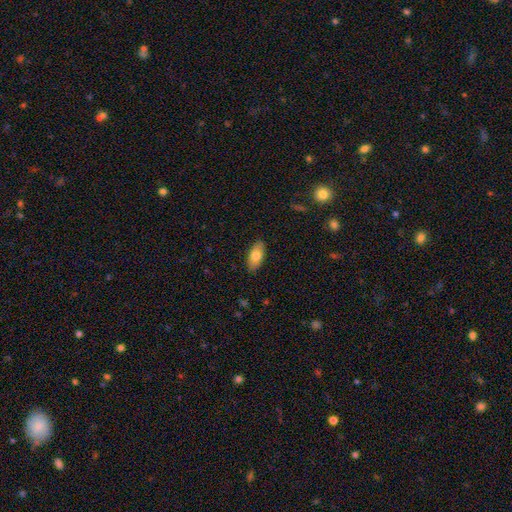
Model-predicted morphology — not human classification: Q: Smooth or featured?
A: smooth (77%); runner-up: featured or disk (16%)
Q: How rounded?
A: in between (89%); runner-up: cigar-shaped (9%)
Q: Merging?
A: none (88%); runner-up: minor disturbance (9%)